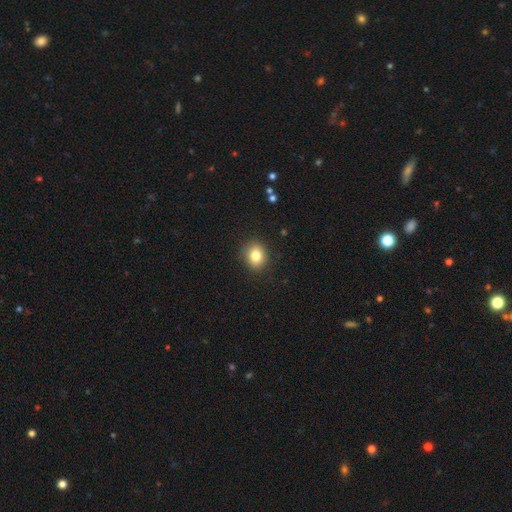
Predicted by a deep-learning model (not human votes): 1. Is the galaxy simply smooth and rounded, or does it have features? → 82% smooth, 10% star or artifact, 7% featured or disk.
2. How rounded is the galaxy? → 64% round, 35% in between, 1% cigar-shaped.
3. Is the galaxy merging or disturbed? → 88% none, 8% minor disturbance, 2% major disturbance, 1% merger.